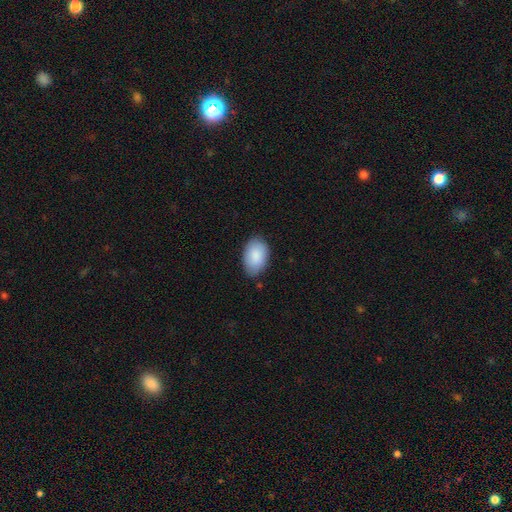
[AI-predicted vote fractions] Q: Smooth or featured?
A: smooth (88%); runner-up: featured or disk (6%)
Q: How rounded?
A: in between (92%); runner-up: round (7%)
Q: Merging?
A: none (80%); runner-up: minor disturbance (16%)